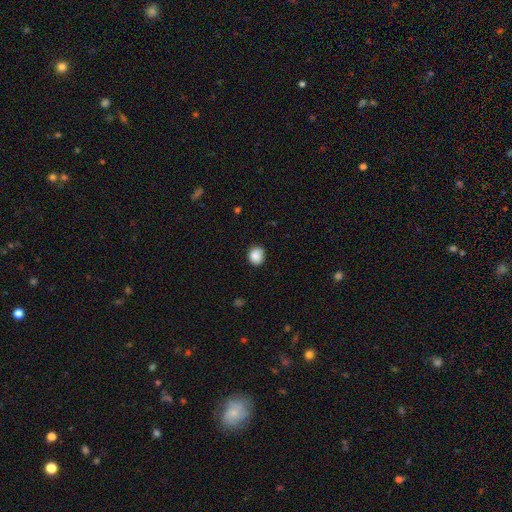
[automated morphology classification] Smooth or featured: smooth — 87% (star or artifact — 9%)
How rounded: round — 77% (in between — 22%)
Merging: none — 81% (minor disturbance — 15%)